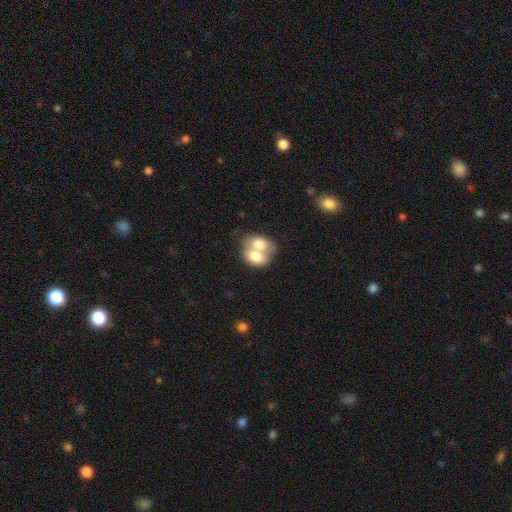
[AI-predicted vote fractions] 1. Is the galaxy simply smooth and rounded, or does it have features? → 70% smooth, 23% featured or disk, 7% star or artifact.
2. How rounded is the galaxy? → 64% in between, 34% round, 1% cigar-shaped.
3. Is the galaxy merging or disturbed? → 76% merger, 16% none, 6% minor disturbance, 3% major disturbance.